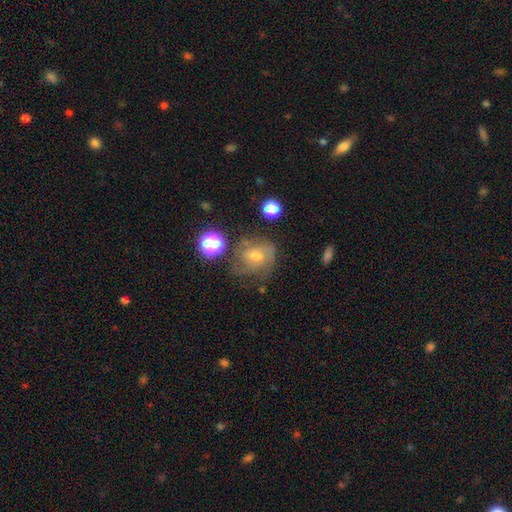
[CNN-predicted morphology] A featured or disk galaxy (55%) with no bar (70%), spiral arms (81%) and a moderate central bulge (61%). Merging: none (55%).